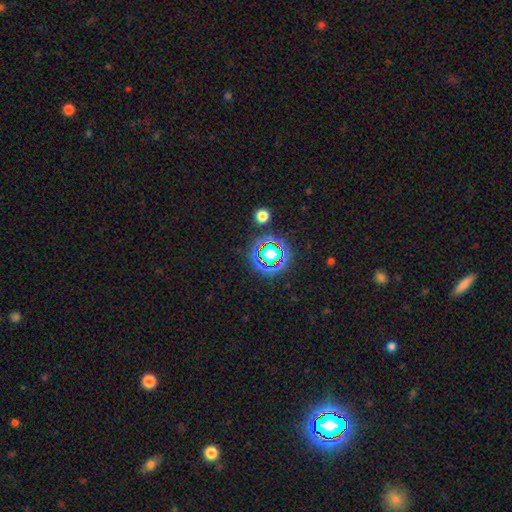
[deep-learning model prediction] Smooth or featured: star or artifact — 78% (smooth — 14%)